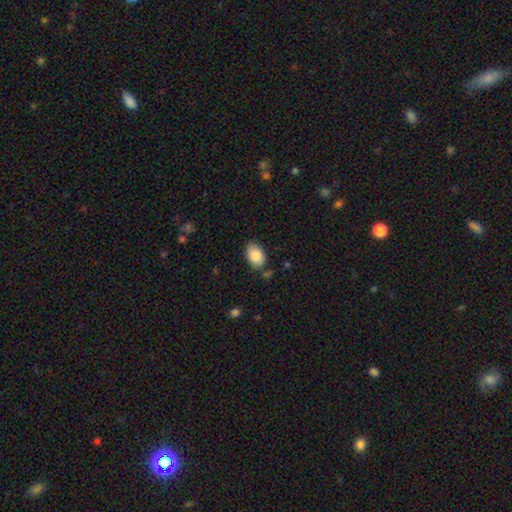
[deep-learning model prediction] A smooth galaxy with no disk features (87%) that is in between round and cigar-shaped (90%). Merging: none (74%).